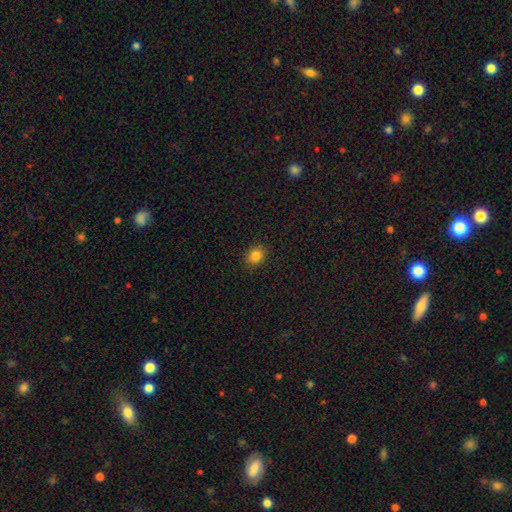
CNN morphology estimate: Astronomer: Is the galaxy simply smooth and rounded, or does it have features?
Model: smooth — 84%.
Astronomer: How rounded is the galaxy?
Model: round — 58% (runner-up: in between, 41%).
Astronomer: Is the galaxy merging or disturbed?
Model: none — 90%.